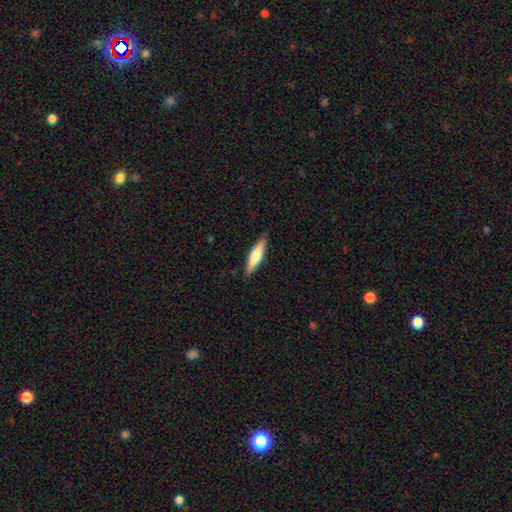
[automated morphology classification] A smooth galaxy with no disk features (55%) that is cigar-shaped (73%). Merging: none (87%).